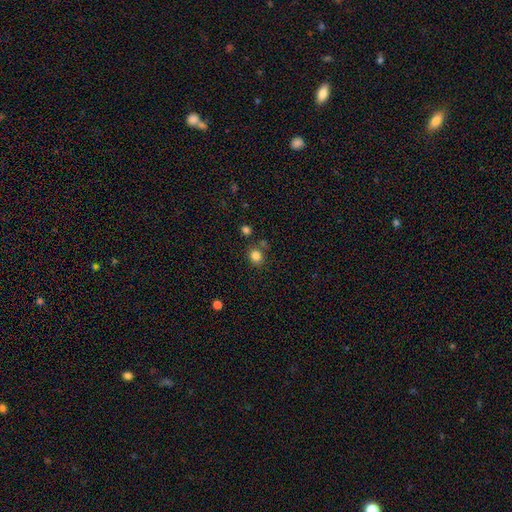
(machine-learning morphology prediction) Smooth or featured?
  - smooth: 83% *
  - star or artifact: 12%
  - featured or disk: 5%
How rounded?
  - round: 74% *
  - in between: 25%
  - cigar-shaped: 1%
Merging?
  - none: 76% *
  - minor disturbance: 11%
  - merger: 9%
  - major disturbance: 4%